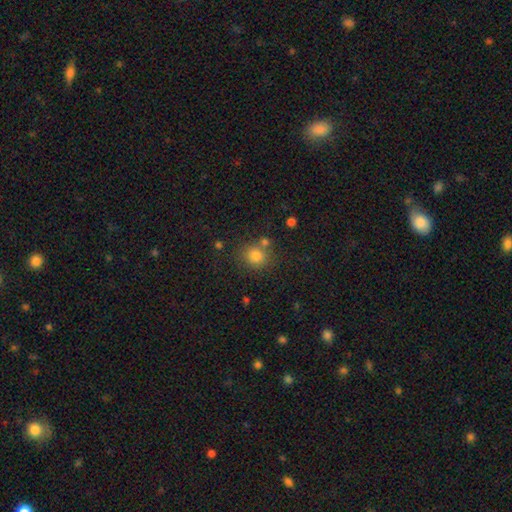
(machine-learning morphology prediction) A smooth galaxy with no disk features (81%) that is round (82%). Merging: none (71%).